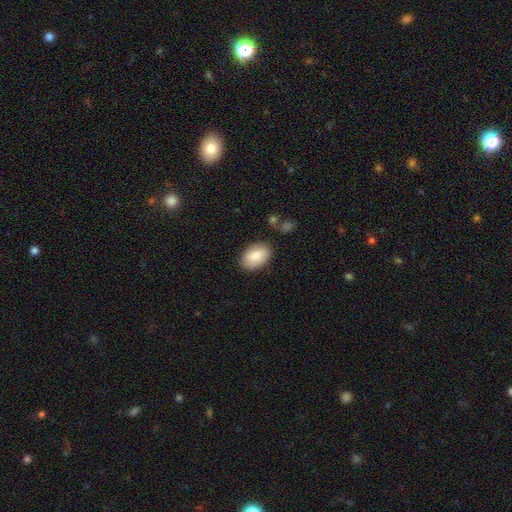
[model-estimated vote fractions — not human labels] smooth-or-featured: smooth: 84% | featured or disk: 10% | star or artifact: 6%
  how-rounded: in between: 90% | round: 9% | cigar-shaped: 1%
  merging: none: 84% | minor disturbance: 11% | major disturbance: 3% | merger: 2%